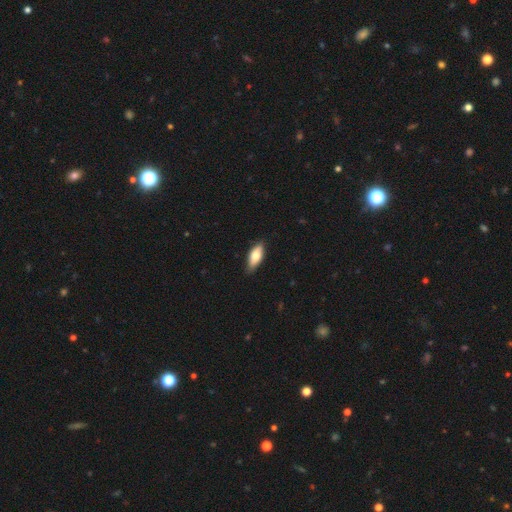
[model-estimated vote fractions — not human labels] smooth 73%, featured or disk 21%, star or artifact 6%. Down the decision tree: how rounded — in between (79%); merging — none (82%).